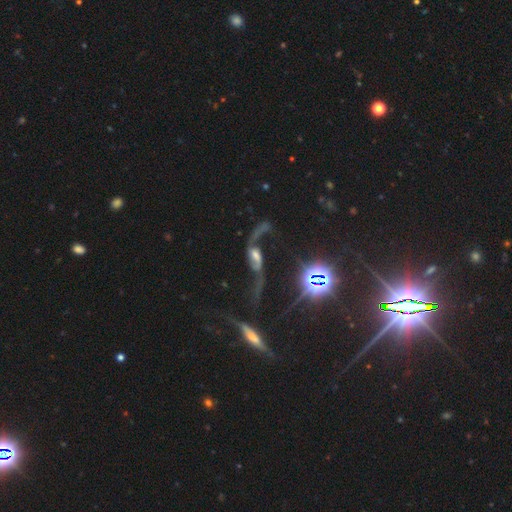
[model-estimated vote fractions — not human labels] Q: Smooth or featured?
A: featured or disk (74%); runner-up: star or artifact (16%)
Q: Edge-on disk?
A: no (90%); runner-up: yes (10%)
Q: Bar?
A: no (43%); runner-up: weak (35%)
Q: Spiral arms?
A: yes (90%); runner-up: no (10%)
Q: Spiral winding?
A: loose (92%); runner-up: medium (6%)
Q: Spiral arm count?
A: 2 (88%); runner-up: 1 (6%)
Q: Bulge size?
A: moderate (38%); runner-up: small (29%)
Q: Merging?
A: none (40%); runner-up: major disturbance (31%)